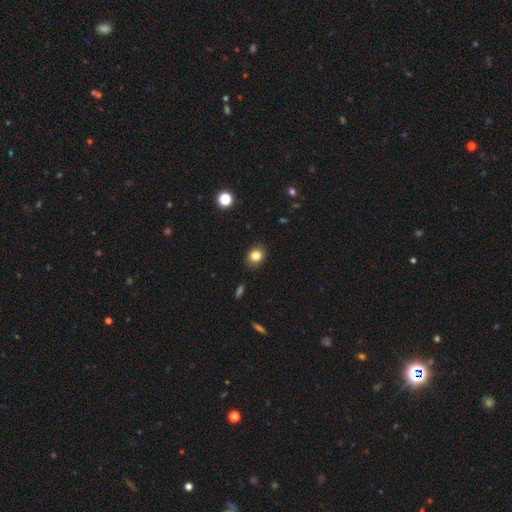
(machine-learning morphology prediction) smooth-or-featured: smooth: 83% | star or artifact: 11% | featured or disk: 6%
  how-rounded: round: 55% | in between: 44% | cigar-shaped: 1%
  merging: none: 86% | minor disturbance: 11% | major disturbance: 2% | merger: 1%